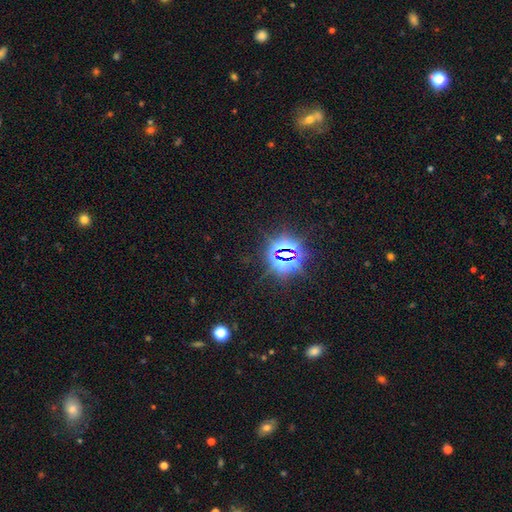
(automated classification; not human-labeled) Smooth or featured? star or artifact (80%)